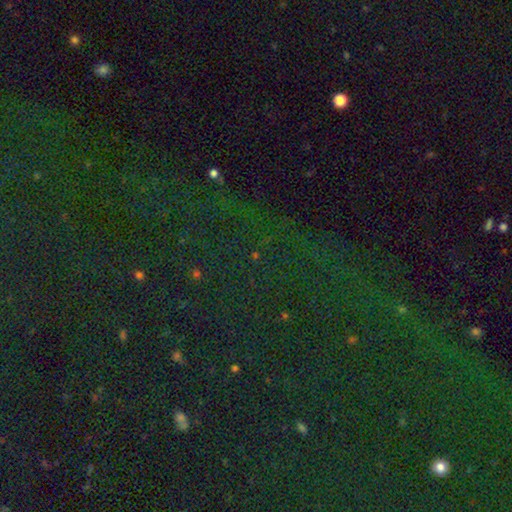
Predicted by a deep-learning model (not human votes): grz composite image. It shows a star or artifact, not a galaxy (76%).